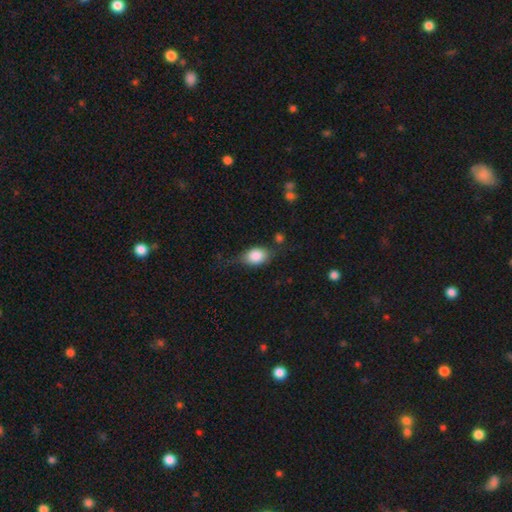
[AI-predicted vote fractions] This appears to be a smooth galaxy with no disk features (78%) that is in between round and cigar-shaped (78%). Merging: none (54%).